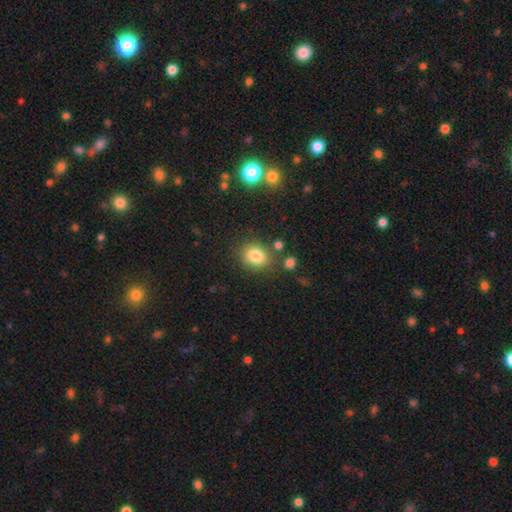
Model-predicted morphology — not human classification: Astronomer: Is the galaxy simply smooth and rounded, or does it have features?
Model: smooth — 83%.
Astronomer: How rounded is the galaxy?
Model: round — 53% (runner-up: in between, 46%).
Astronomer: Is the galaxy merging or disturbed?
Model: none — 77%.